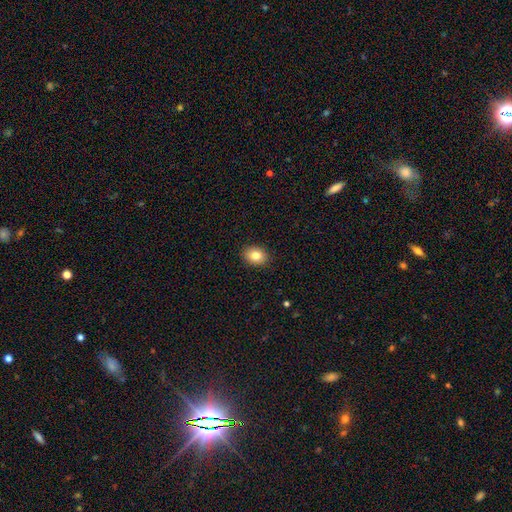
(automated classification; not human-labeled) The model was most divided on "how rounded": in between: 61%, round: 38%, cigar-shaped: 1%. More confident: merging — none (90%); smooth or featured — smooth (82%).